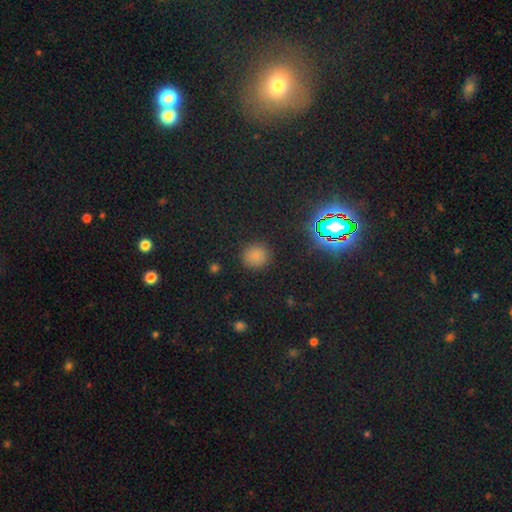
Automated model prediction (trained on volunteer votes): smooth-or-featured: smooth: 73% | star or artifact: 22% | featured or disk: 6%
  how-rounded: round: 87% | in between: 12% | cigar-shaped: 1%
  merging: none: 87% | minor disturbance: 8% | major disturbance: 3% | merger: 1%